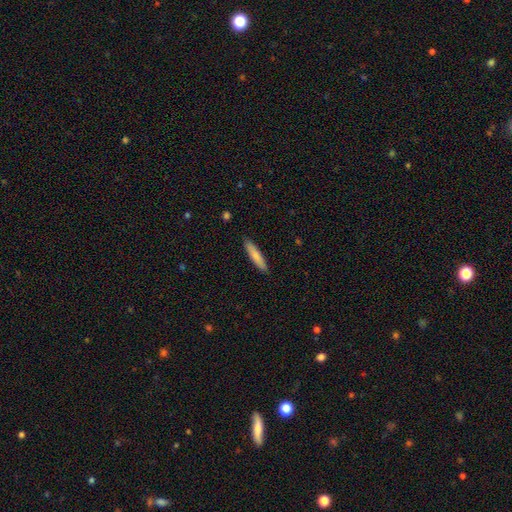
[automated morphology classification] Smooth or featured? smooth (78%)
How rounded? cigar-shaped (89%)
Merging? none (90%)